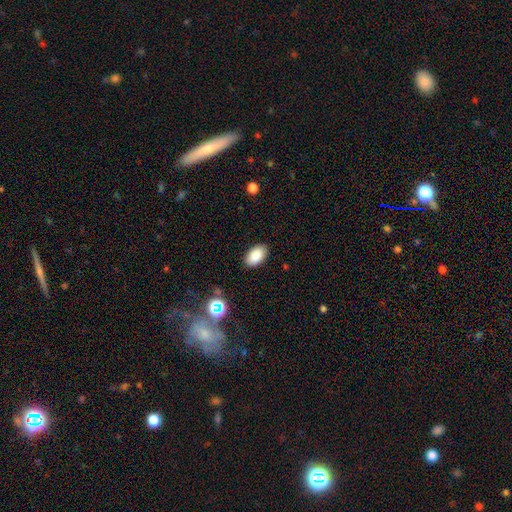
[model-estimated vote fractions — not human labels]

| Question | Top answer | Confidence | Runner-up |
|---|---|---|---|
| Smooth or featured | smooth | 87% | star or artifact (8%) |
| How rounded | in between | 93% | round (5%) |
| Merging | none | 88% | minor disturbance (9%) |